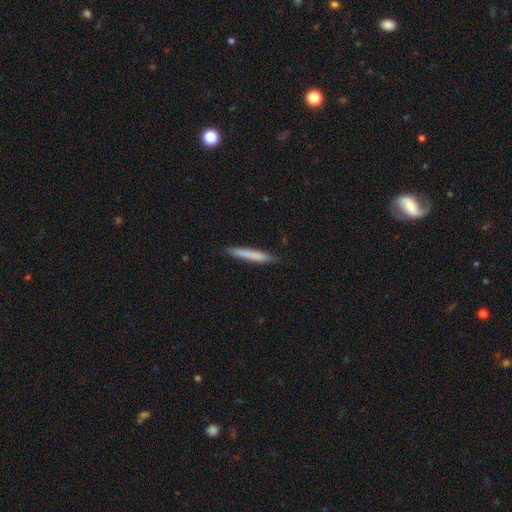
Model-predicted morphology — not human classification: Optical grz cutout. It shows a smooth galaxy with no disk features (74%) that is cigar-shaped (96%). Merging: none (90%).